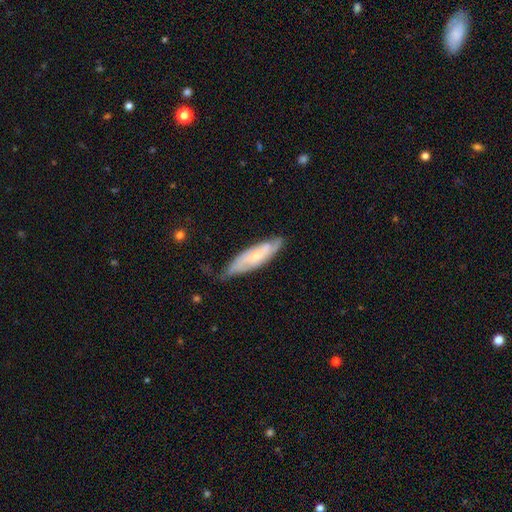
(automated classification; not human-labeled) Q: Smooth or featured?
A: featured or disk (61%); runner-up: smooth (33%)
Q: Edge-on disk?
A: no (72%); runner-up: yes (28%)
Q: Merging?
A: none (63%); runner-up: minor disturbance (29%)